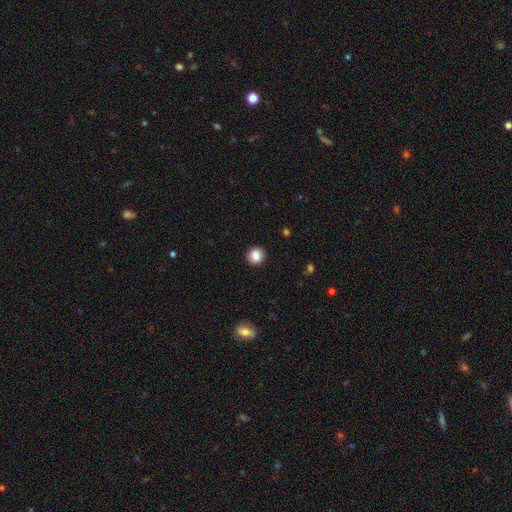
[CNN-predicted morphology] Q: Smooth or featured?
A: smooth (85%); runner-up: star or artifact (10%)
Q: How rounded?
A: round (88%); runner-up: in between (11%)
Q: Merging?
A: none (91%); runner-up: minor disturbance (6%)